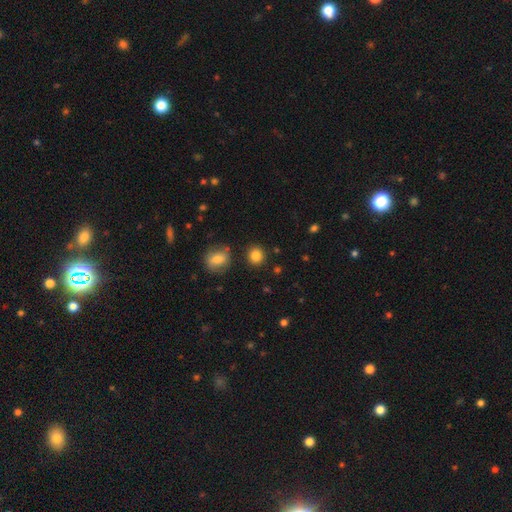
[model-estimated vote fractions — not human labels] Q: Smooth or featured?
A: smooth (84%); runner-up: star or artifact (11%)
Q: How rounded?
A: round (86%); runner-up: in between (13%)
Q: Merging?
A: none (87%); runner-up: minor disturbance (7%)